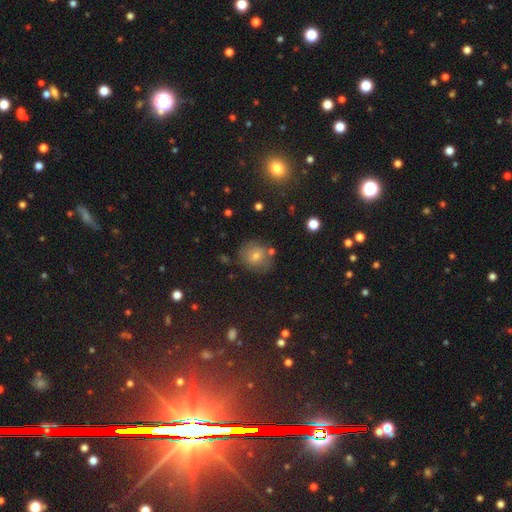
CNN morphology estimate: smooth-or-featured: smooth: 54% | star or artifact: 26% | featured or disk: 20%
  how-rounded: round: 79% | in between: 19% | cigar-shaped: 1%
  merging: none: 76% | minor disturbance: 14% | major disturbance: 5% | merger: 5%